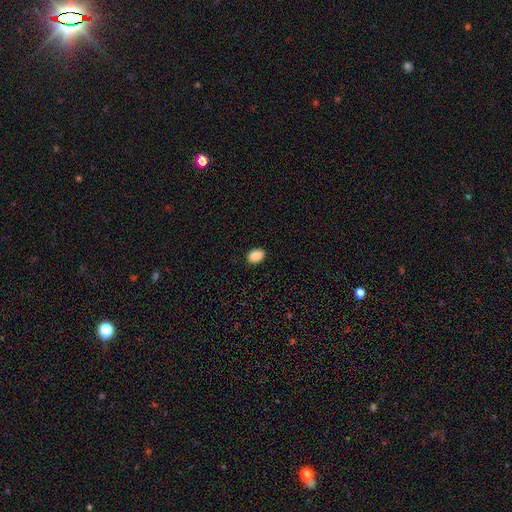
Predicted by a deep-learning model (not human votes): Smooth or featured?
  - smooth: 88% *
  - star or artifact: 8%
  - featured or disk: 4%
How rounded?
  - in between: 74% *
  - round: 25%
  - cigar-shaped: 1%
Merging?
  - none: 90% *
  - minor disturbance: 7%
  - major disturbance: 2%
  - merger: 1%